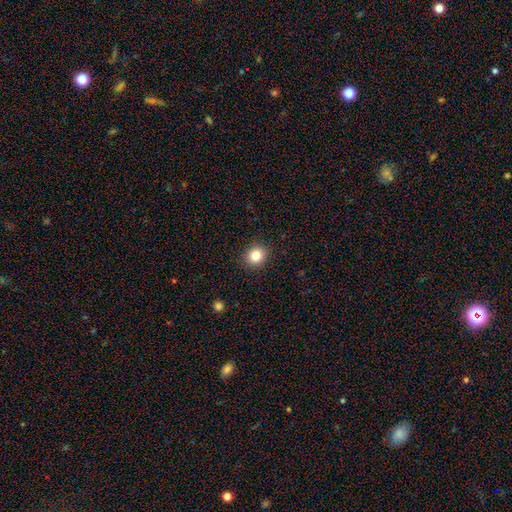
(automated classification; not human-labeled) A smooth galaxy with no disk features (83%) that is round (79%). Merging: none (91%).